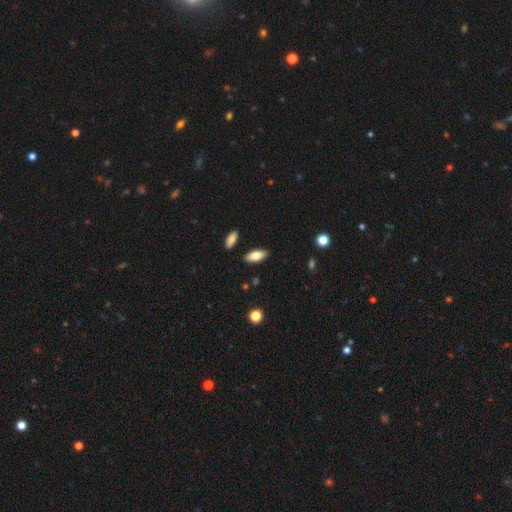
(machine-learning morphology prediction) Smooth or featured?
  - smooth: 79% *
  - featured or disk: 15%
  - star or artifact: 6%
How rounded?
  - in between: 81% *
  - cigar-shaped: 17%
  - round: 2%
Merging?
  - none: 86% *
  - minor disturbance: 9%
  - merger: 3%
  - major disturbance: 2%